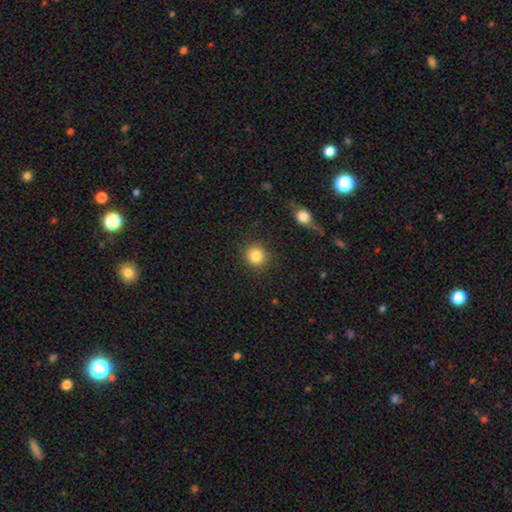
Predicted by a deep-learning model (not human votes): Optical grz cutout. It shows a smooth galaxy with no disk features (84%) that is round (91%). Merging: none (89%).